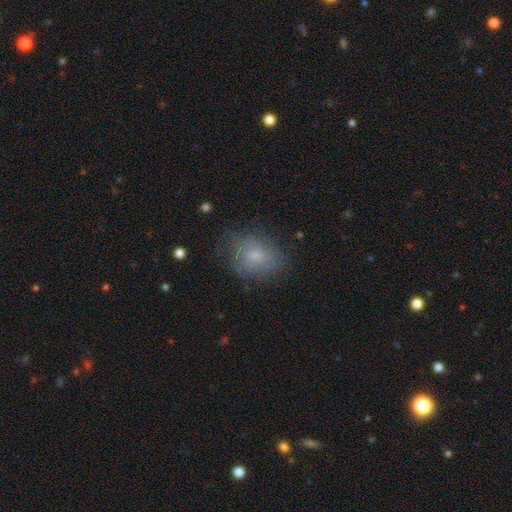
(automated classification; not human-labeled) This appears to be a smooth galaxy with no disk features (66%) that is in between round and cigar-shaped (53%). Merging: none (69%).